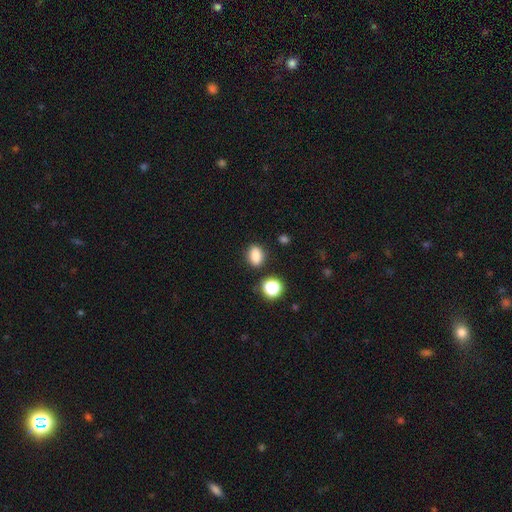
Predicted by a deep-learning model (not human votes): Smooth or featured?
  - smooth: 83% *
  - star or artifact: 12%
  - featured or disk: 5%
How rounded?
  - in between: 71% *
  - round: 27%
  - cigar-shaped: 2%
Merging?
  - none: 82% *
  - minor disturbance: 11%
  - merger: 4%
  - major disturbance: 3%